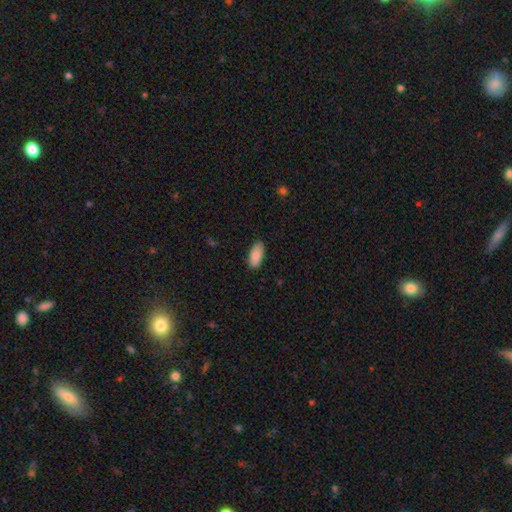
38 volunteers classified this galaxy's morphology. Q: Smooth or featured?
A: smooth (92%); runner-up: star or artifact (5%)
Q: How rounded?
A: in between (86%); runner-up: cigar-shaped (14%)
Q: Merging?
A: none (92%); runner-up: minor disturbance (6%)